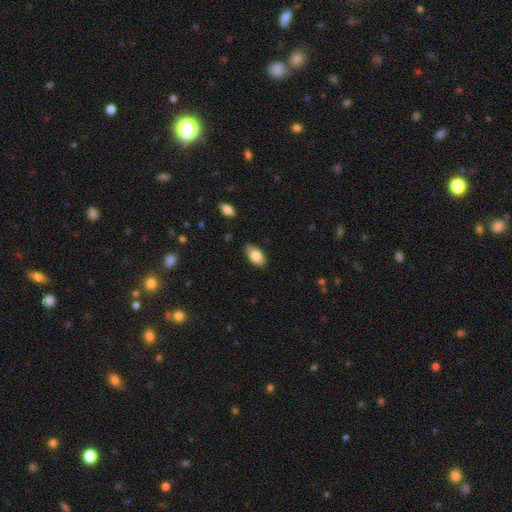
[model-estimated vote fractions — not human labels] The model was most divided on "smooth or featured": smooth: 81%, featured or disk: 13%, star or artifact: 7%. More confident: how rounded — in between (93%); merging — none (86%).